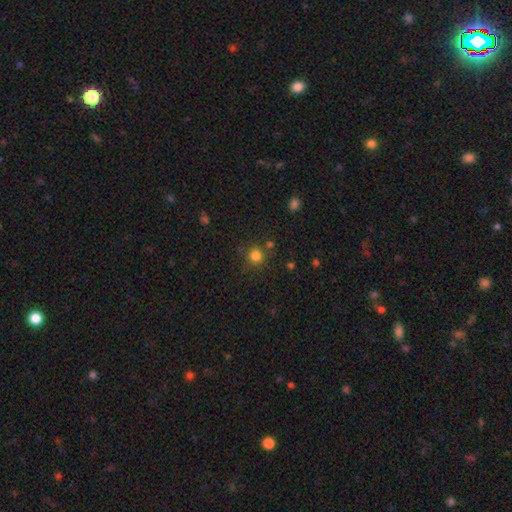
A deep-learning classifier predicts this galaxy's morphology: Smooth or featured? Predicted: smooth (p=0.80). How rounded? Predicted: round (p=0.92). Merging? Predicted: none (p=0.79).